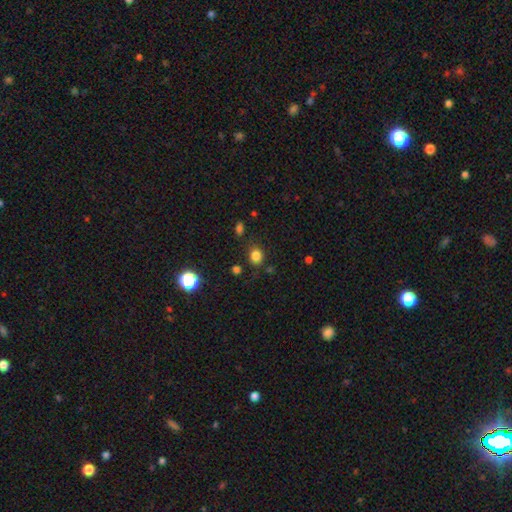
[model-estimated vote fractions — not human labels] This appears to be a smooth galaxy with no disk features (80%) that is round (63%). Merging: none (79%).